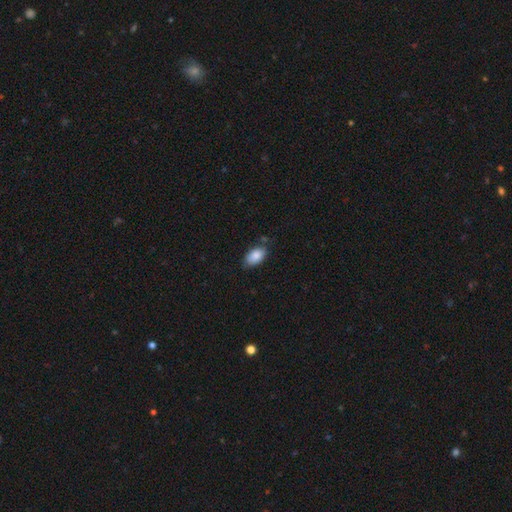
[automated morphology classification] smooth 86%, featured or disk 7%, star or artifact 7%. Down the decision tree: how rounded — in between (94%); merging — none (73%).